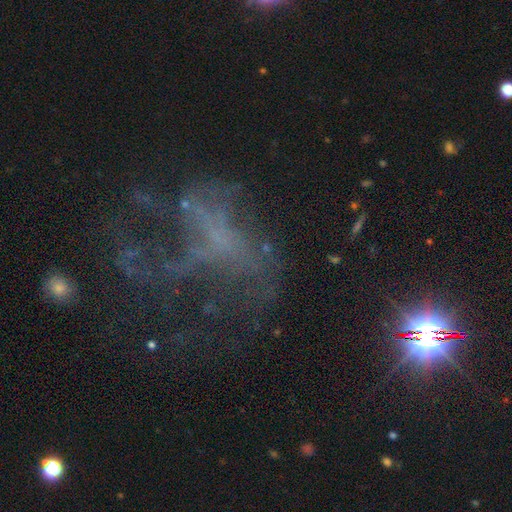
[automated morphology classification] A featured or disk galaxy (46%).

Vote fractions:
- Smooth or featured? featured or disk: 46% / star or artifact: 38% / smooth: 16%
- Merging? major disturbance: 42% / none: 39% / minor disturbance: 13% / merger: 6%